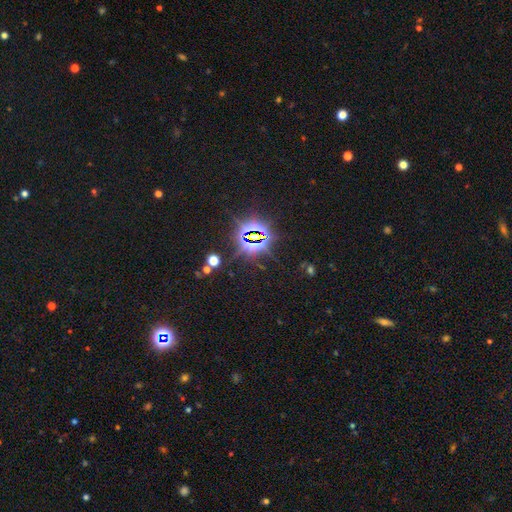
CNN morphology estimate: Overall: star or artifact (83%).